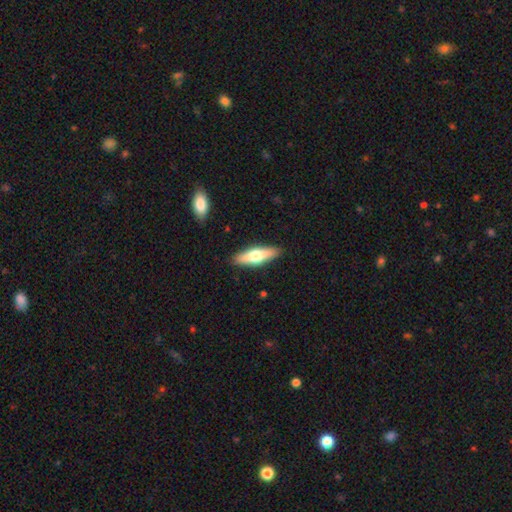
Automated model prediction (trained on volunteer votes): smooth-or-featured: smooth: 53% | featured or disk: 42% | star or artifact: 5%
  how-rounded: cigar-shaped: 55% | in between: 43% | round: 2%
  merging: none: 89% | minor disturbance: 8% | major disturbance: 2% | merger: 1%